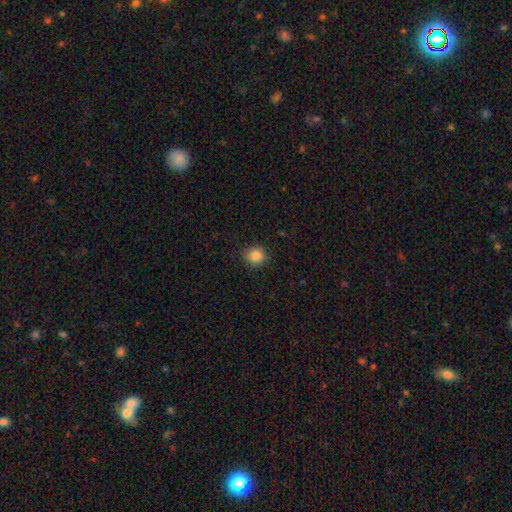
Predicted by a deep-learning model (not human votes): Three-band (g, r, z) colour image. It shows a smooth galaxy with no disk features (85%) that is round (88%). Merging: none (83%).